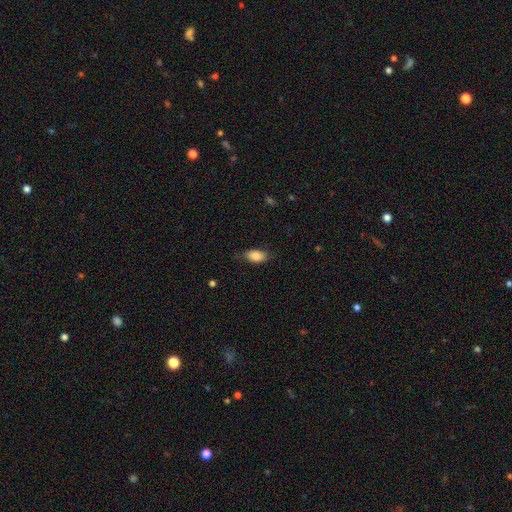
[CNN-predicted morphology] Smooth or featured: smooth — 83% (featured or disk — 10%)
How rounded: in between — 91% (round — 6%)
Merging: none — 76% (minor disturbance — 19%)